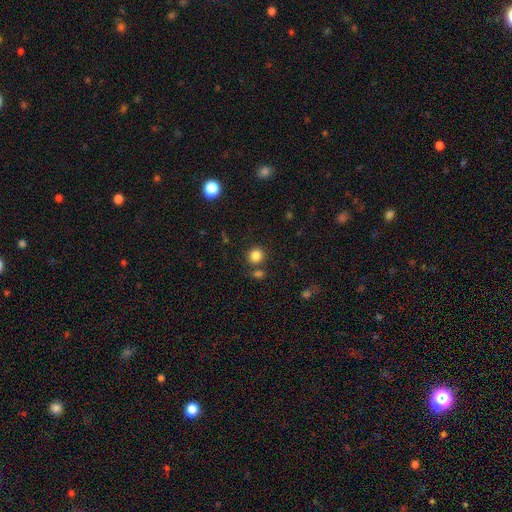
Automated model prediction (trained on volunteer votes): Morphology: type=smooth (83%); roundness=round (86%); merging=none (77%).